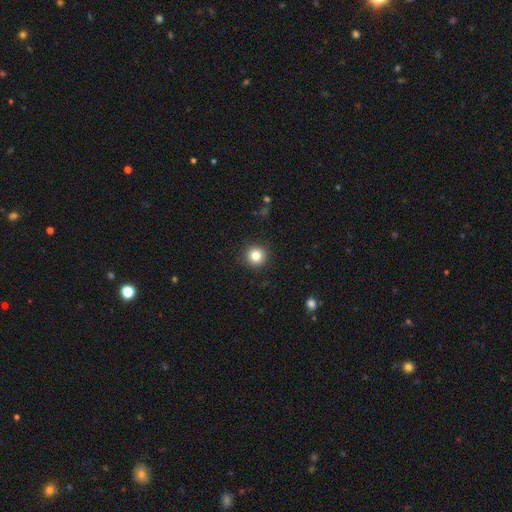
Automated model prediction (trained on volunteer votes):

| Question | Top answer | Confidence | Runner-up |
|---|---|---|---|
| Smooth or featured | smooth | 83% | star or artifact (11%) |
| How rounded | round | 96% | in between (3%) |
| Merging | none | 92% | minor disturbance (5%) |